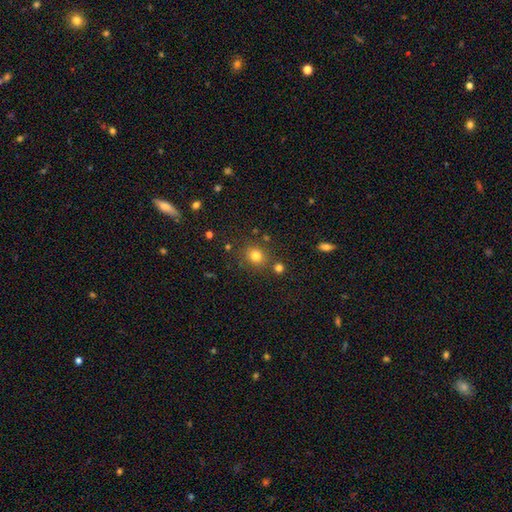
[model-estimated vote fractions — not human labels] A smooth galaxy with no disk features (78%) that is round (75%).

Vote fractions:
- Smooth or featured? smooth: 78% / star or artifact: 15% / featured or disk: 7%
- How rounded? round: 75% / in between: 24% / cigar-shaped: 1%
- Merging? none: 78% / minor disturbance: 10% / merger: 8% / major disturbance: 4%